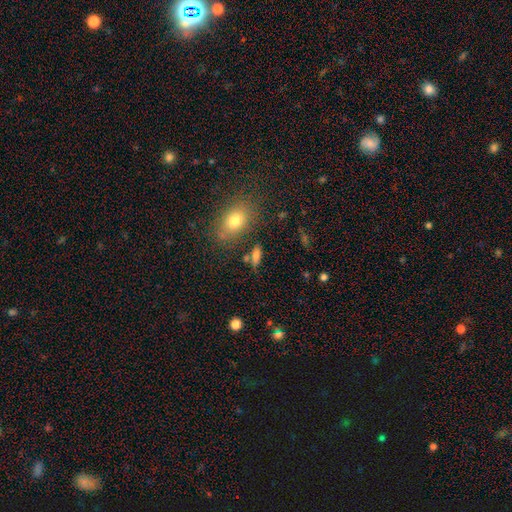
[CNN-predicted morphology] Smooth or featured?
  - smooth: 73% *
  - featured or disk: 14%
  - star or artifact: 13%
How rounded?
  - in between: 63% *
  - cigar-shaped: 28%
  - round: 8%
Merging?
  - none: 72% *
  - minor disturbance: 13%
  - merger: 10%
  - major disturbance: 5%